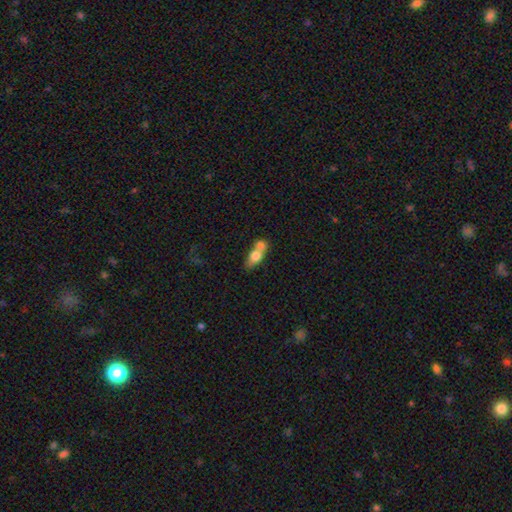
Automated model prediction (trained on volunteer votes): Smooth or featured? Predicted: smooth (p=0.70). How rounded? Predicted: in between (p=0.65). Merging? Predicted: merger (p=0.66).